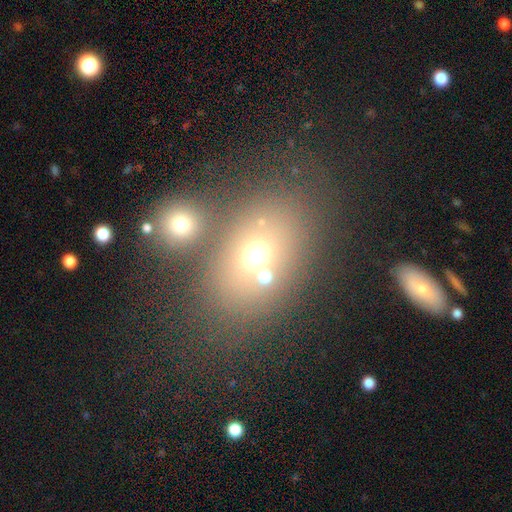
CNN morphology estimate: A smooth galaxy with no disk features (62%) that is in between round and cigar-shaped (62%).

Vote fractions:
- Smooth or featured? smooth: 62% / featured or disk: 20% / star or artifact: 18%
- How rounded? in between: 62% / round: 36% / cigar-shaped: 2%
- Merging? none: 55% / merger: 27% / minor disturbance: 11% / major disturbance: 7%